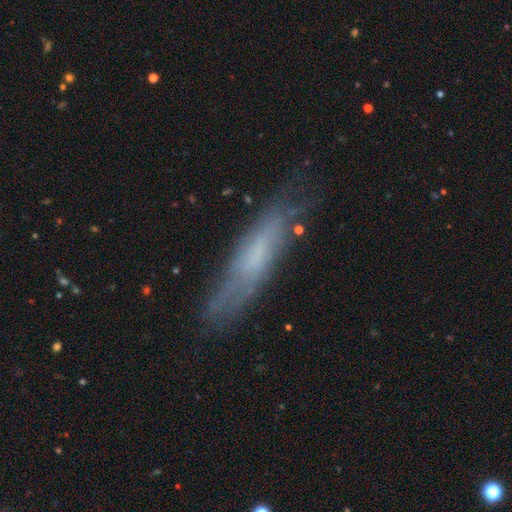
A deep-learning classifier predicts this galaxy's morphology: Q: Smooth or featured?
A: smooth (49%); runner-up: featured or disk (42%)
Q: Merging?
A: none (70%); runner-up: minor disturbance (21%)